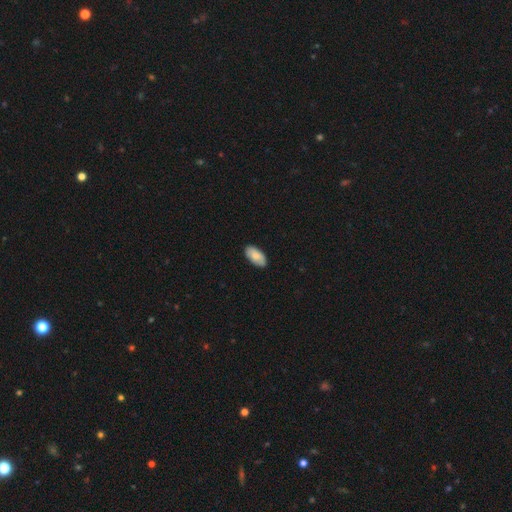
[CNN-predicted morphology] Smooth or featured? Predicted: smooth (p=0.80). How rounded? Predicted: in between (p=0.95). Merging? Predicted: none (p=0.87).